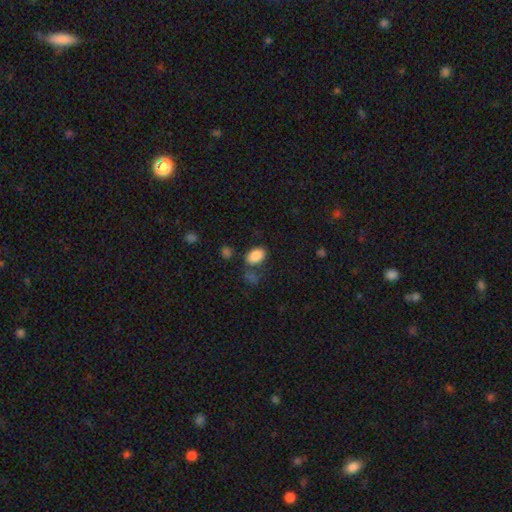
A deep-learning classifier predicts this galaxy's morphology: This is clearly a smooth galaxy (87%). How rounded: clearly in between (87%). Merging: likely none (69%).